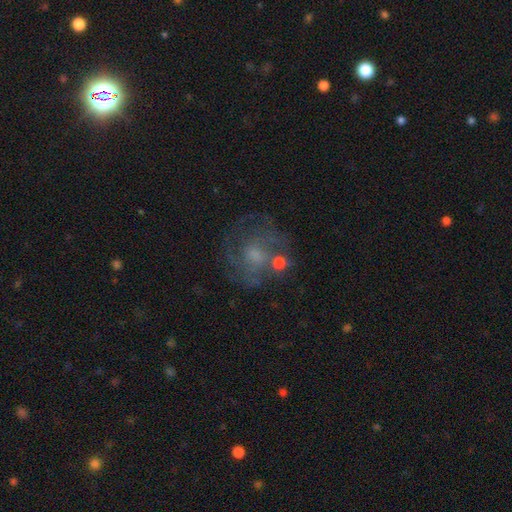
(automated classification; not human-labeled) smooth_or_featured: featured or disk (p=0.62) [alt: smooth p=0.24]
disk_edge_on: no (p=0.98) [alt: yes p=0.02]
bar: no (p=0.68) [alt: weak p=0.28]
has_spiral_arms: yes (p=0.71) [alt: no p=0.29]
bulge_size: moderate (p=0.40) [alt: small p=0.38]
merging: none (p=0.58) [alt: minor disturbance p=0.16]